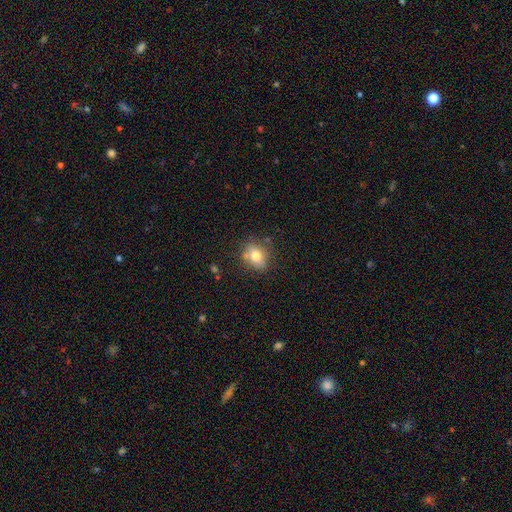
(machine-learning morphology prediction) A smooth galaxy with no disk features (75%) that is in between round and cigar-shaped (53%).

Vote fractions:
- Smooth or featured? smooth: 75% / featured or disk: 15% / star or artifact: 10%
- How rounded? in between: 53% / round: 46% / cigar-shaped: 2%
- Merging? none: 72% / minor disturbance: 18% / merger: 6% / major disturbance: 4%